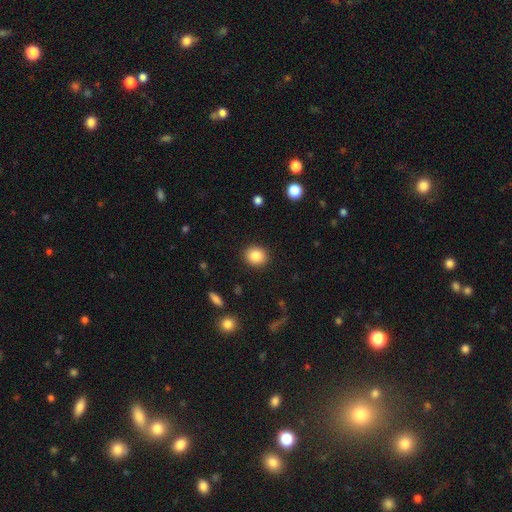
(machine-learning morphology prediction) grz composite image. It shows a smooth galaxy with no disk features (86%) that is round (70%). Merging: none (90%).